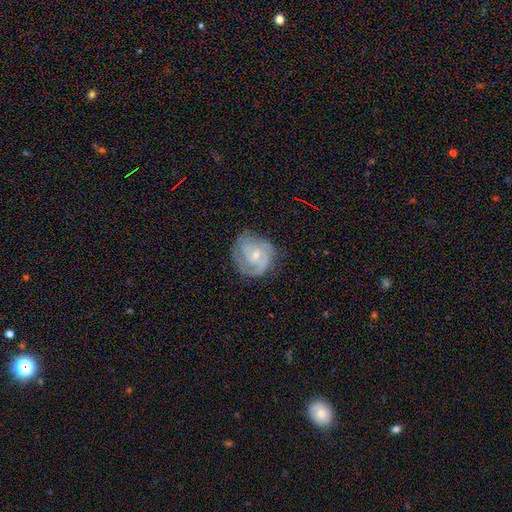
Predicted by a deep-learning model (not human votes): Q: Smooth or featured?
A: featured or disk (79%); runner-up: smooth (15%)
Q: Edge-on disk?
A: no (98%); runner-up: yes (2%)
Q: Bar?
A: no (59%); runner-up: weak (35%)
Q: Spiral arms?
A: yes (93%); runner-up: no (7%)
Q: Spiral winding?
A: tight (52%); runner-up: medium (38%)
Q: Spiral arm count?
A: 2 (37%); runner-up: 3 (25%)
Q: Bulge size?
A: small (62%); runner-up: moderate (35%)
Q: Merging?
A: none (68%); runner-up: minor disturbance (22%)